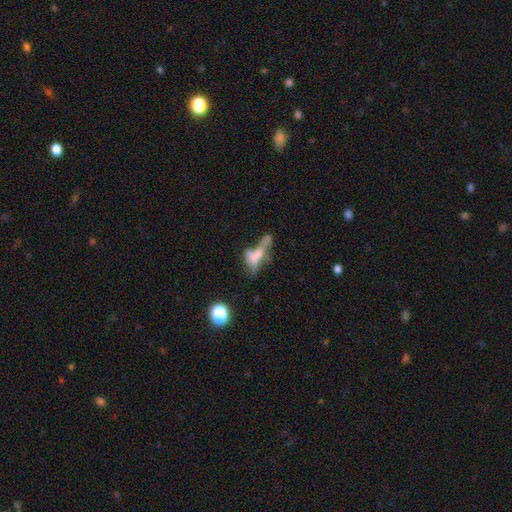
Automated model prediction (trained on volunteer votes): This appears to be a smooth galaxy with no disk features (48%). Merging: merger (48%).